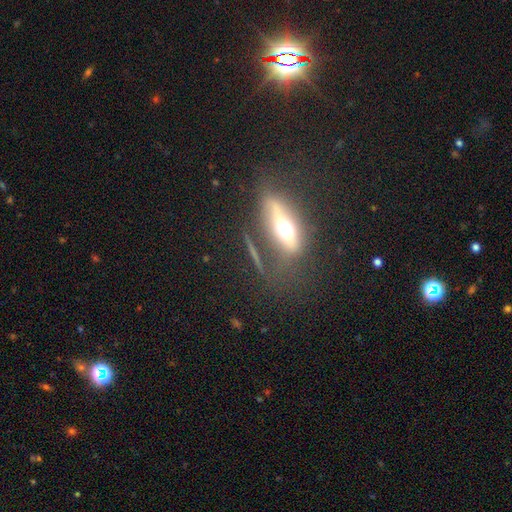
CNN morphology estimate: smooth-or-featured: featured or disk: 60% | smooth: 28% | star or artifact: 12%
  disk-edge-on: yes: 76% | no: 24%
  merging: none: 53% | major disturbance: 21% | minor disturbance: 20% | merger: 7%